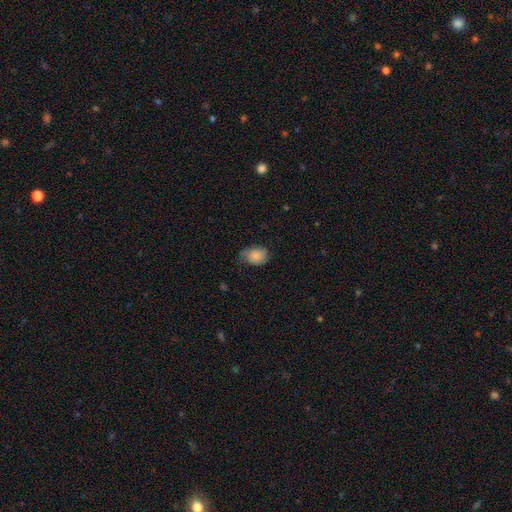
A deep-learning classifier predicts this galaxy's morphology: Smooth or featured? Predicted: smooth (p=0.81). How rounded? Predicted: in between (p=0.68). Merging? Predicted: none (p=0.52).